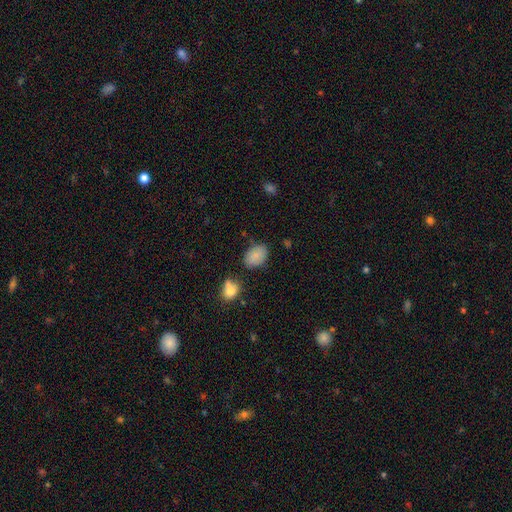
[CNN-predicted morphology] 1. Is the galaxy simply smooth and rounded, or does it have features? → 85% smooth, 8% star or artifact, 6% featured or disk.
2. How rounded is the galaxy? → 83% in between, 16% round, 1% cigar-shaped.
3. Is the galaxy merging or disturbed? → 73% none, 18% minor disturbance, 5% merger, 4% major disturbance.